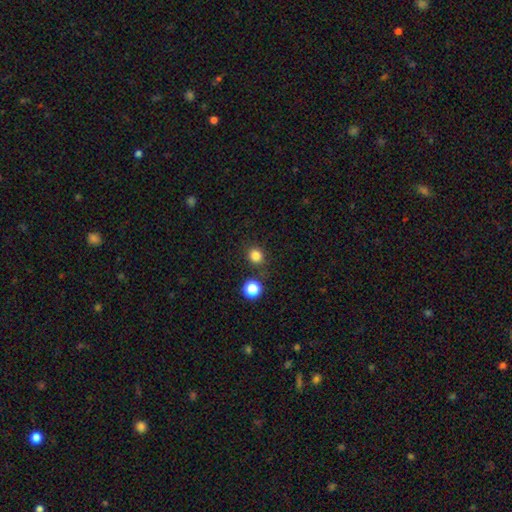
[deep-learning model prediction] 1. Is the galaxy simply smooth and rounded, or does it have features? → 82% smooth, 14% star or artifact, 4% featured or disk.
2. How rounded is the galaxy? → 86% round, 13% in between, 1% cigar-shaped.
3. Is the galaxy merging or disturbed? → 83% none, 8% minor disturbance, 6% merger, 3% major disturbance.